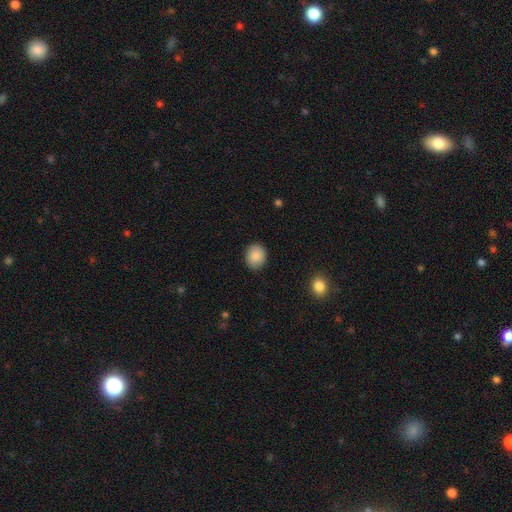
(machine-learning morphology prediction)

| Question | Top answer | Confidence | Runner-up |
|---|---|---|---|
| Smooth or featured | smooth | 88% | star or artifact (8%) |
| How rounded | round | 65% | in between (34%) |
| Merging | none | 89% | minor disturbance (8%) |